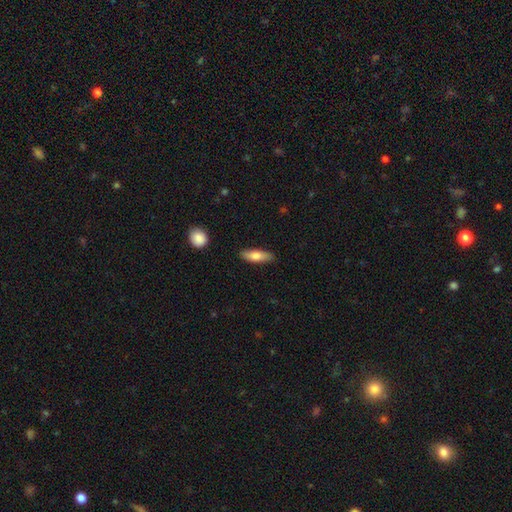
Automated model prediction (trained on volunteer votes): smooth_or_featured: smooth (p=0.74) [alt: featured or disk p=0.20]
how_rounded: in between (p=0.51) [alt: cigar-shaped p=0.46]
merging: none (p=0.86) [alt: minor disturbance p=0.11]